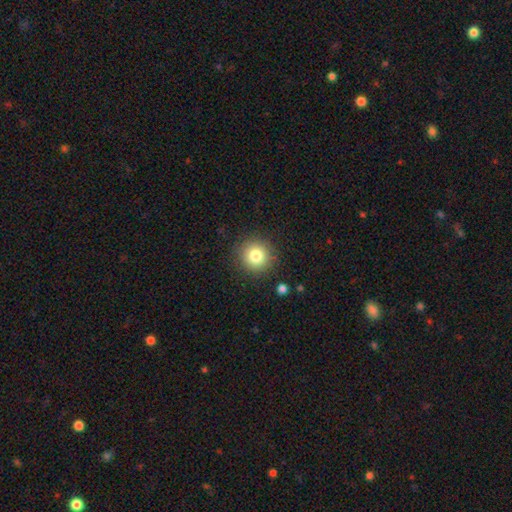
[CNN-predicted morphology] Smooth or featured?
  - smooth: 80% *
  - star or artifact: 12%
  - featured or disk: 8%
How rounded?
  - round: 93% *
  - in between: 6%
  - cigar-shaped: 1%
Merging?
  - none: 88% *
  - minor disturbance: 7%
  - major disturbance: 3%
  - merger: 2%